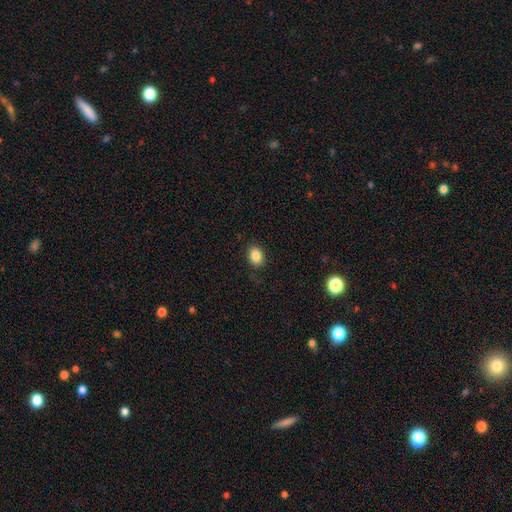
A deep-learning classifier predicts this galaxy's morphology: The model was most divided on "how rounded": in between: 72%, round: 26%, cigar-shaped: 1%. More confident: smooth or featured — smooth (86%); merging — none (86%).